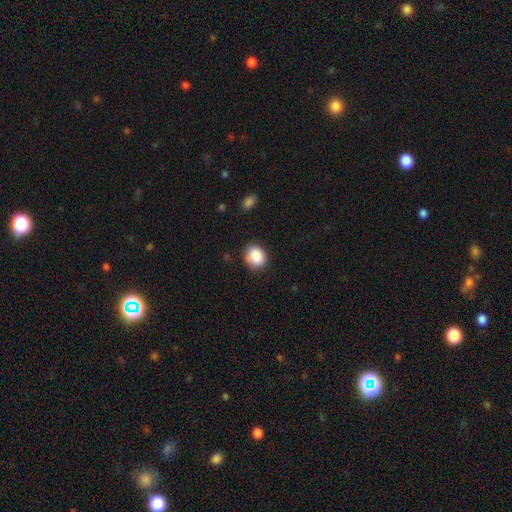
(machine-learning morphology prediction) A smooth galaxy with no disk features (88%) that is round (66%). Merging: none (84%).